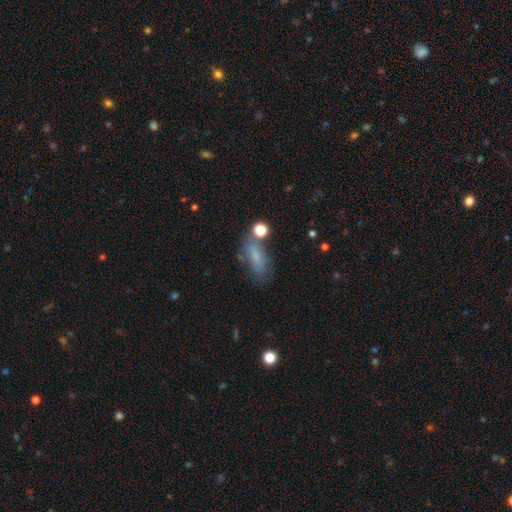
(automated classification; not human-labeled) Overall: smooth (67%). How rounded: in between (72%). Merging: none (55%; minor disturbance 22%).